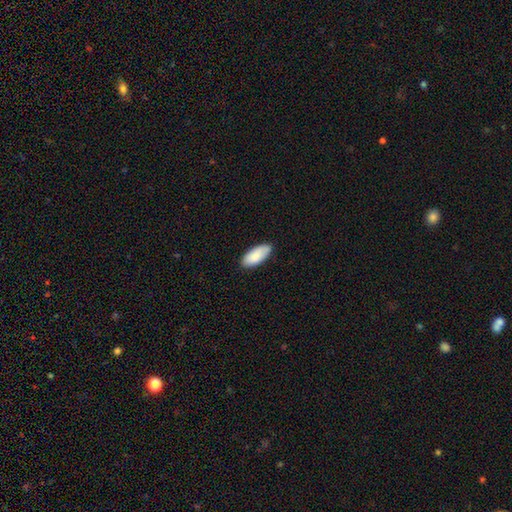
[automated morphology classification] This is clearly a smooth galaxy (87%). How rounded: clearly in between (90%). Merging: clearly none (84%).